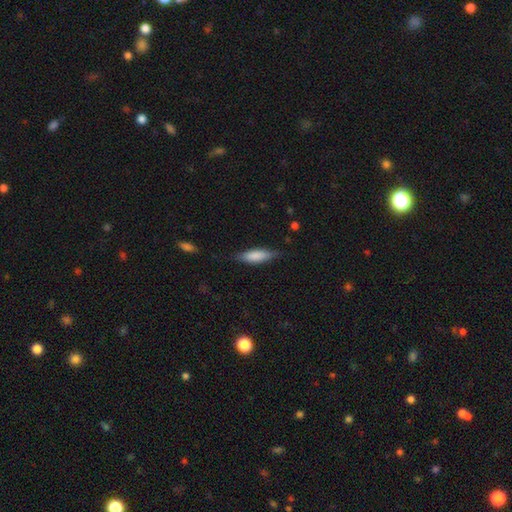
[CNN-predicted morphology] smooth-or-featured: smooth: 78% | featured or disk: 17% | star or artifact: 6%
  how-rounded: cigar-shaped: 56% | in between: 43% | round: 2%
  merging: none: 77% | minor disturbance: 18% | major disturbance: 4% | merger: 1%